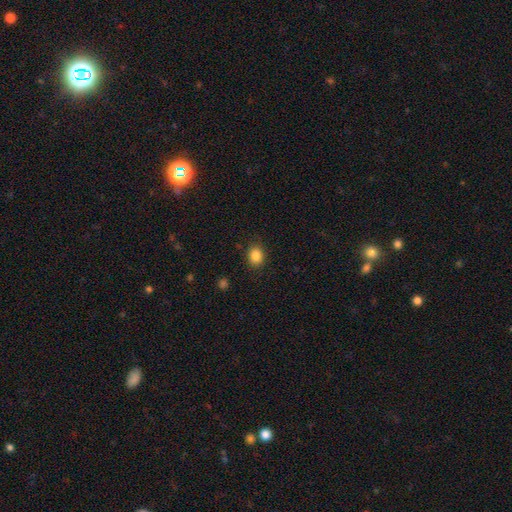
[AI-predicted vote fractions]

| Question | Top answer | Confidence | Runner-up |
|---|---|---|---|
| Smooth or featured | smooth | 85% | star or artifact (10%) |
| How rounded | round | 56% | in between (43%) |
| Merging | none | 87% | minor disturbance (9%) |